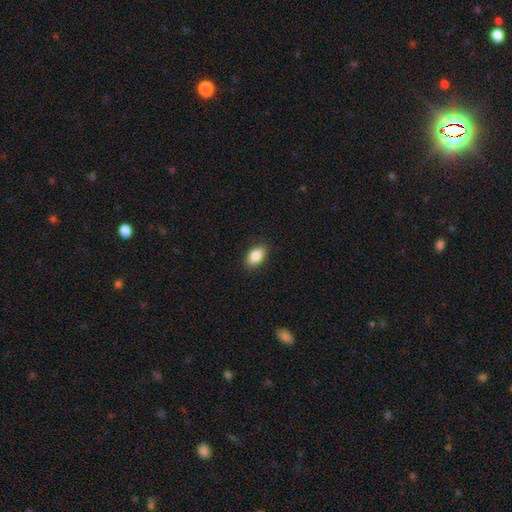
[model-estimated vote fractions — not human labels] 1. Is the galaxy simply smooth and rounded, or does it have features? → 85% smooth, 8% featured or disk, 7% star or artifact.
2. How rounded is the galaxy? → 89% in between, 8% round, 3% cigar-shaped.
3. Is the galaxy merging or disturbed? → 88% none, 9% minor disturbance, 2% major disturbance, 1% merger.